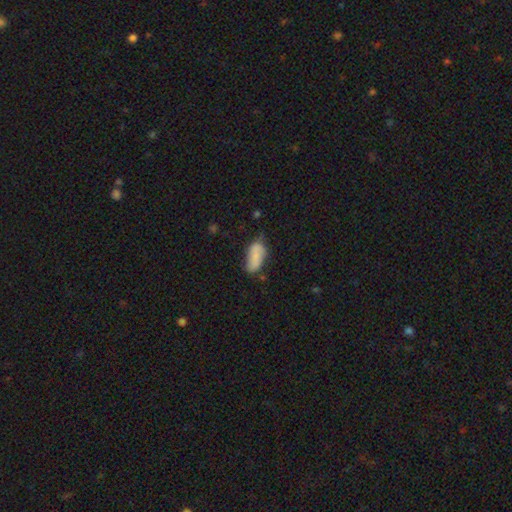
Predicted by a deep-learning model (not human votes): Overall: smooth (73%). How rounded: in between (89%). Merging: none (53%; minor disturbance 33%).